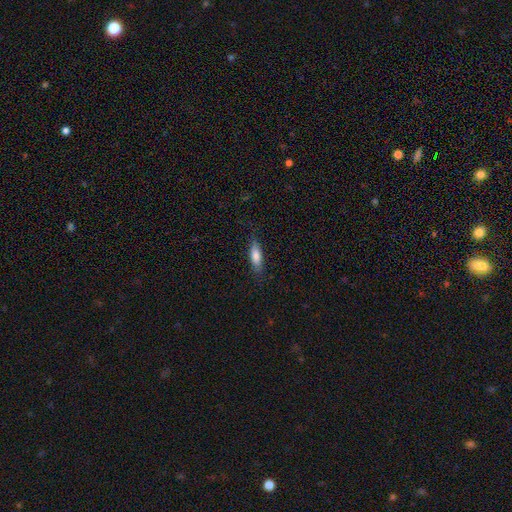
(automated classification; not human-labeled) The model was most divided on "how rounded": in between: 51%, cigar-shaped: 47%, round: 2%. More confident: merging — none (80%); smooth or featured — smooth (77%).